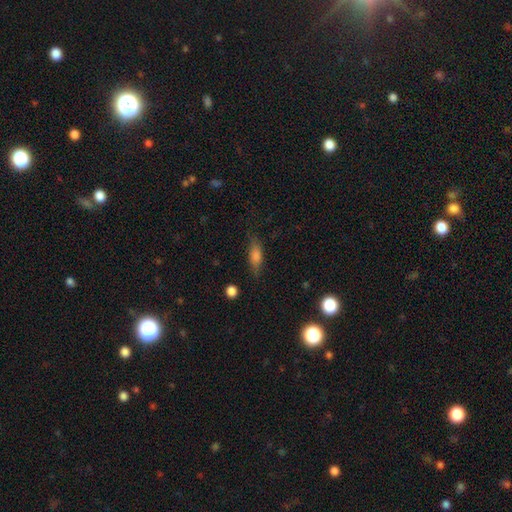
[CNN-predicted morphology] Smooth or featured? Predicted: smooth (p=0.68). How rounded? Predicted: in between (p=0.60). Merging? Predicted: none (p=0.74).